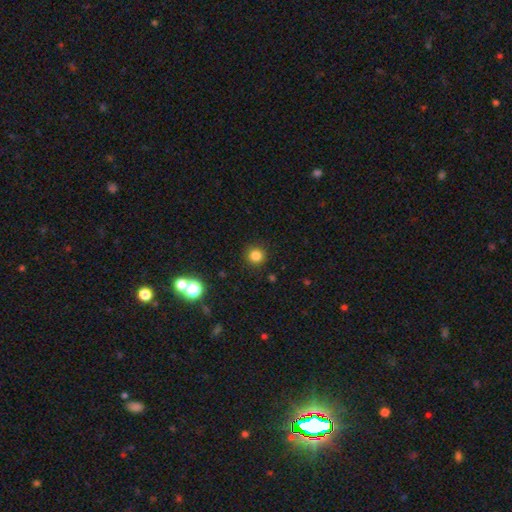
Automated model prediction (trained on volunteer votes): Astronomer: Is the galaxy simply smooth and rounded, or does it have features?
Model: smooth — 82%.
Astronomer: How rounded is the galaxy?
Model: round — 92%.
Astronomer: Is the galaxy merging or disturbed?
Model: none — 90%.